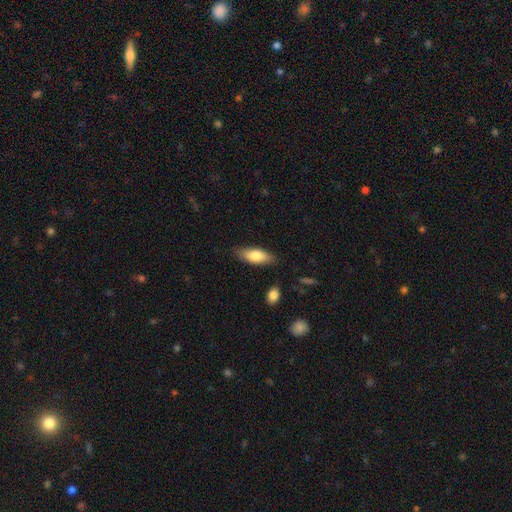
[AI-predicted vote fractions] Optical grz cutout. It shows a smooth galaxy with no disk features (79%) that is in between round and cigar-shaped (73%). Merging: none (82%).